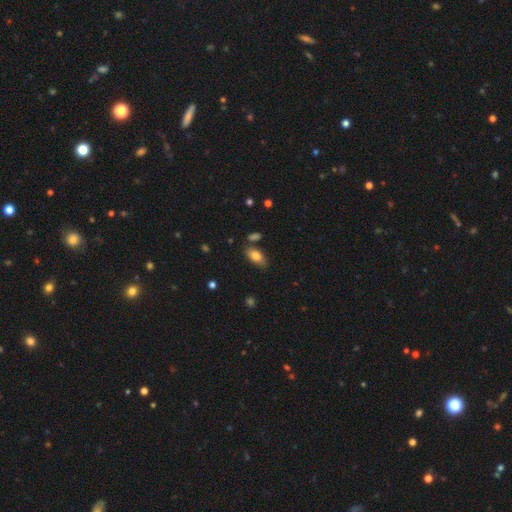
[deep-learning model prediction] smooth_or_featured: smooth (p=0.80) [alt: featured or disk p=0.12]
how_rounded: in between (p=0.89) [alt: cigar-shaped p=0.07]
merging: none (p=0.72) [alt: minor disturbance p=0.18]